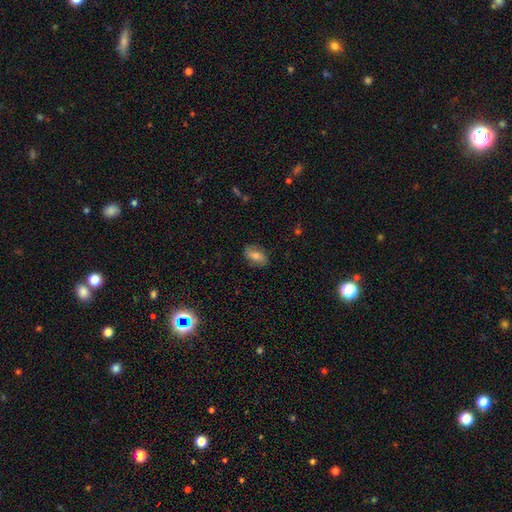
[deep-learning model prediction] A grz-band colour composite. It shows a smooth galaxy with no disk features (63%) that is in between round and cigar-shaped (88%). Merging: none (83%).